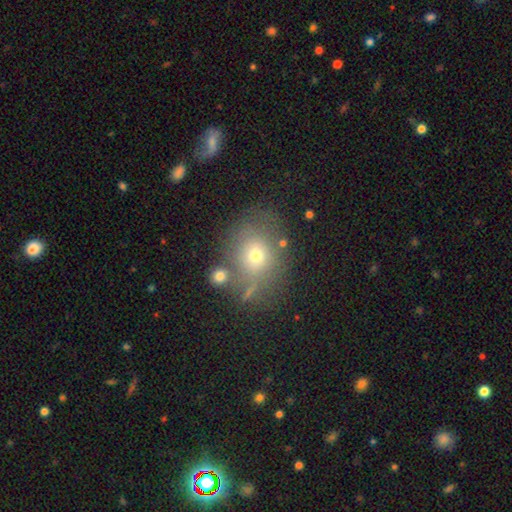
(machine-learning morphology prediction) Q: Smooth or featured?
A: smooth (65%); runner-up: featured or disk (18%)
Q: How rounded?
A: round (62%); runner-up: in between (37%)
Q: Merging?
A: none (65%); runner-up: minor disturbance (16%)